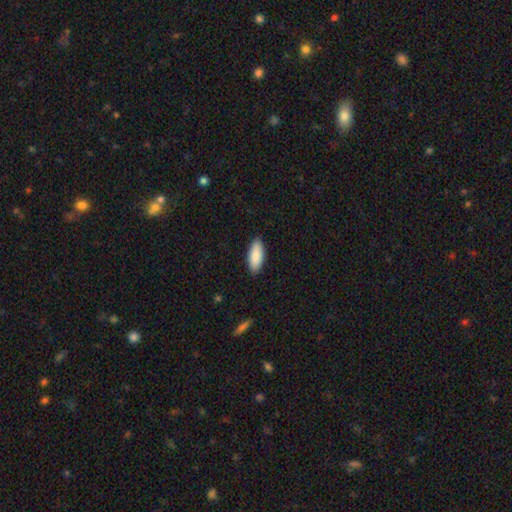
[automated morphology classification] type=smooth (90%); roundness=in between (81%); merging=none (89%).